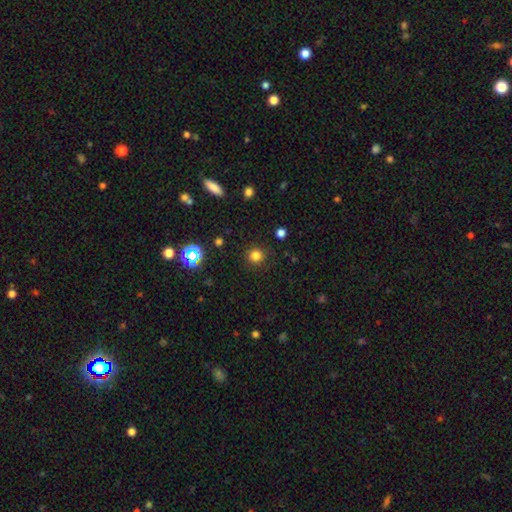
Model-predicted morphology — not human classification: Smooth or featured?
  - smooth: 78% *
  - star or artifact: 17%
  - featured or disk: 5%
How rounded?
  - round: 93% *
  - in between: 6%
  - cigar-shaped: 1%
Merging?
  - none: 89% *
  - minor disturbance: 7%
  - major disturbance: 3%
  - merger: 1%